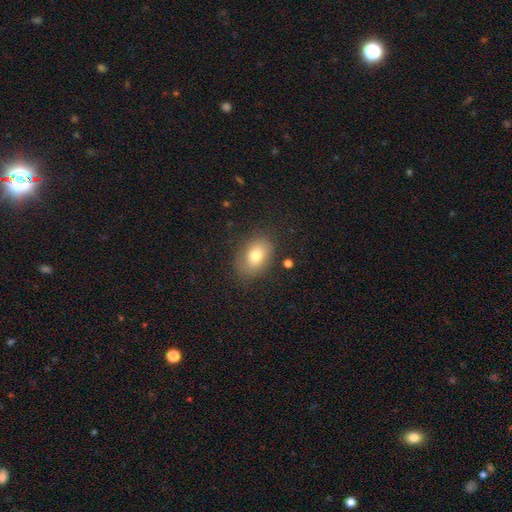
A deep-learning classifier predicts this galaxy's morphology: A smooth galaxy with no disk features (77%) that is in between round and cigar-shaped (74%). Merging: none (79%).